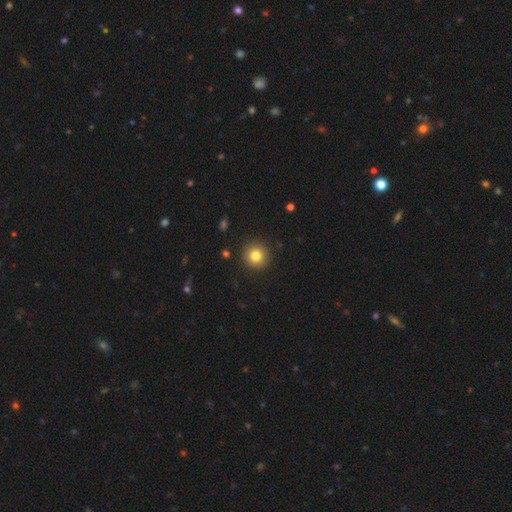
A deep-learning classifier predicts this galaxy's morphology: Smooth or featured?
  - smooth: 82% *
  - star or artifact: 10%
  - featured or disk: 8%
How rounded?
  - round: 95% *
  - in between: 4%
  - cigar-shaped: 1%
Merging?
  - none: 92% *
  - minor disturbance: 5%
  - major disturbance: 2%
  - merger: 1%